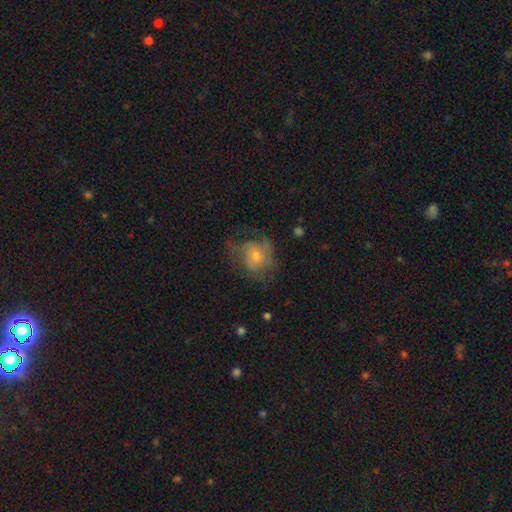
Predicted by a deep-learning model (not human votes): The model was most divided on "smooth or featured": featured or disk: 51%, smooth: 38%, star or artifact: 11%. Remaining: edge-on disk — no (97%); merging — none (49%).